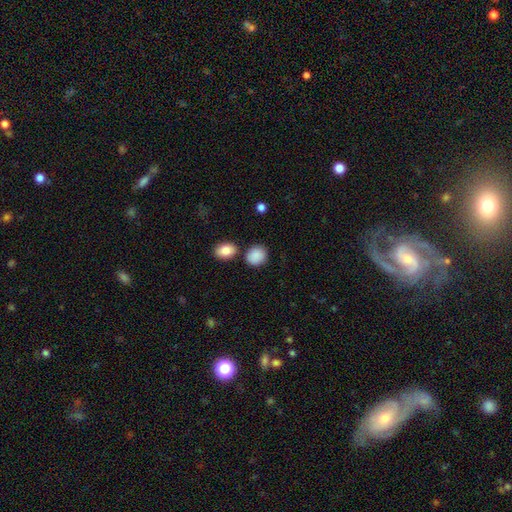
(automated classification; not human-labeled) smooth 89%, star or artifact 7%, featured or disk 4%. Down the decision tree: how rounded — round (67%); merging — none (77%).